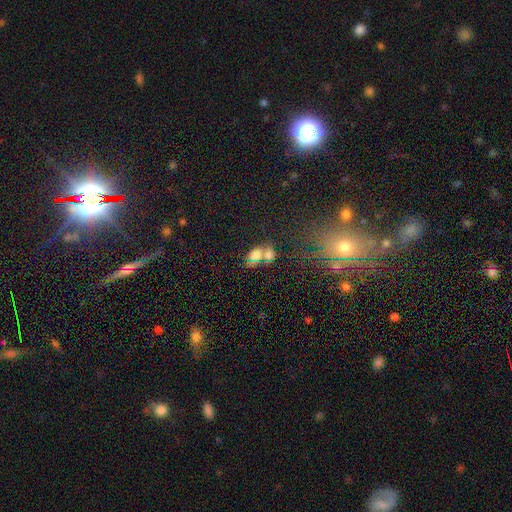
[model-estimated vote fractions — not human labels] Smooth or featured: smooth — 61% (star or artifact — 25%)
How rounded: in between — 73% (round — 23%)
Merging: merger — 41% (none — 38%)